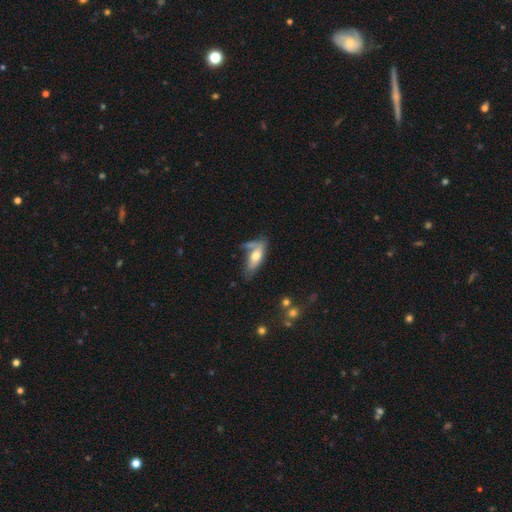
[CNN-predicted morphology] This is possibly a smooth galaxy (60%). How rounded: likely in between (68%). Merging: marginally none (42%).